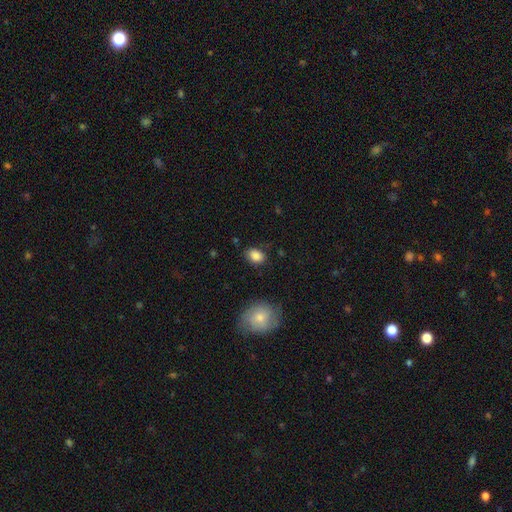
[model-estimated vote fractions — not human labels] The model was most divided on "how rounded": in between: 75%, round: 24%, cigar-shaped: 1%. More confident: smooth or featured — smooth (86%); merging — none (75%).